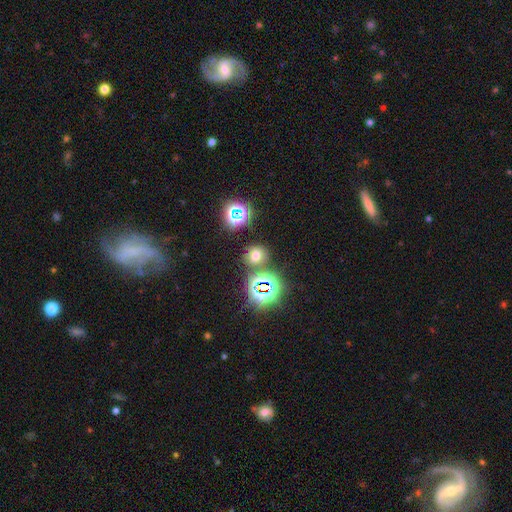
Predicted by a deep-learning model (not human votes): Smooth or featured?
  - smooth: 55% *
  - star or artifact: 38%
  - featured or disk: 8%
How rounded?
  - round: 74% *
  - in between: 25%
  - cigar-shaped: 1%
Merging?
  - none: 75% *
  - merger: 11%
  - minor disturbance: 10%
  - major disturbance: 4%